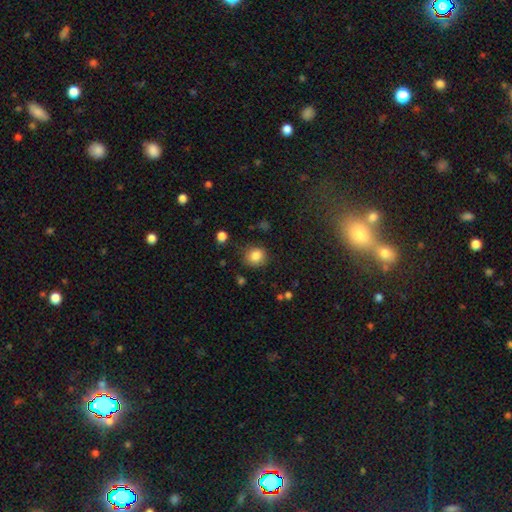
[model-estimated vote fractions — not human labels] smooth-or-featured: smooth: 84% | star or artifact: 10% | featured or disk: 5%
  how-rounded: round: 81% | in between: 18% | cigar-shaped: 1%
  merging: none: 81% | minor disturbance: 13% | major disturbance: 4% | merger: 2%